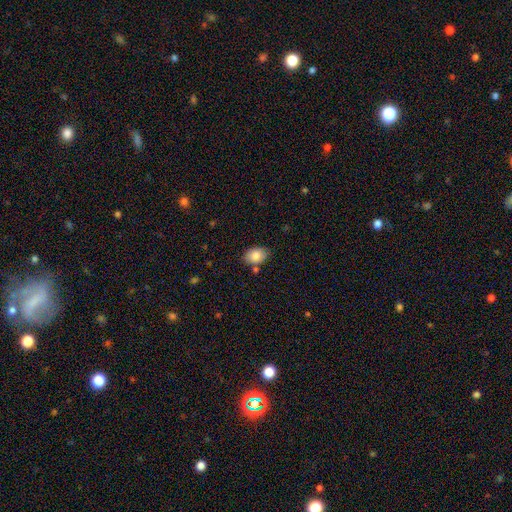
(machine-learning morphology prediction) Smooth or featured? smooth (83%)
How rounded? in between (80%)
Merging? none (78%)